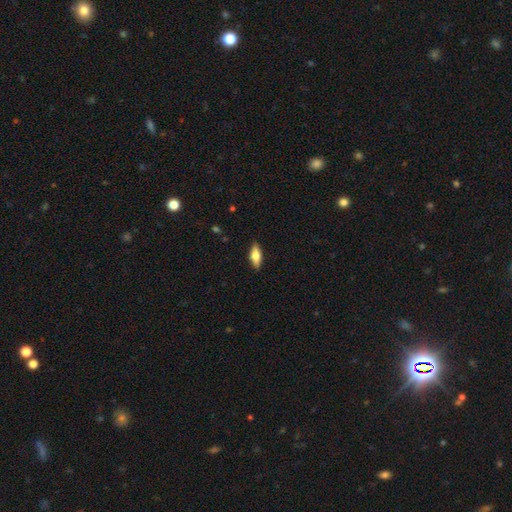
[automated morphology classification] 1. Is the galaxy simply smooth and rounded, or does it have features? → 62% smooth, 31% featured or disk, 6% star or artifact.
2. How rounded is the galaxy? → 72% in between, 25% cigar-shaped, 3% round.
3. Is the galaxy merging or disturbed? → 89% none, 9% minor disturbance, 2% major disturbance, 1% merger.